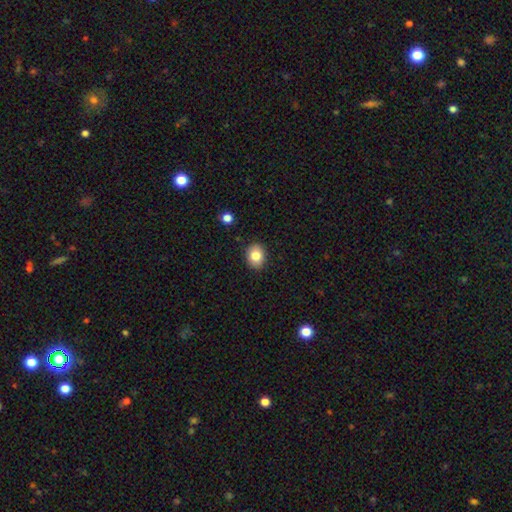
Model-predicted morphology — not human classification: Overall: smooth (82%). How rounded: round (51%; in between 48%). Merging: none (89%).